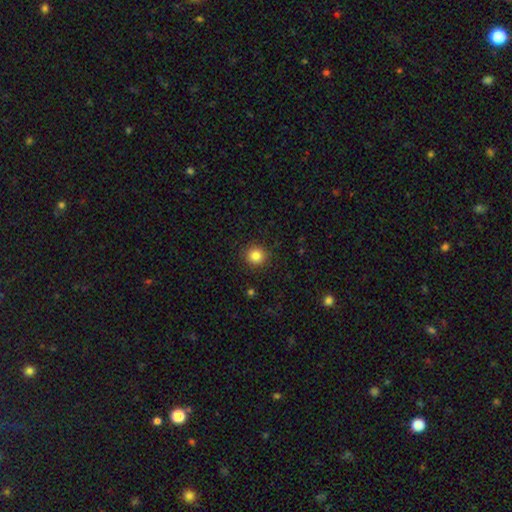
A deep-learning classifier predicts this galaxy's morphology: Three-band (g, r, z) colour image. It shows a smooth galaxy with no disk features (85%) that is round (91%). Merging: none (90%).